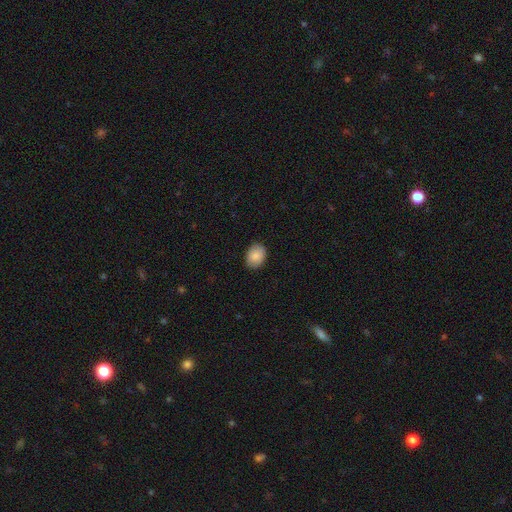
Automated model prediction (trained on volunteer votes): Morphology: type=smooth (88%); roundness=in between (70%); merging=none (88%).